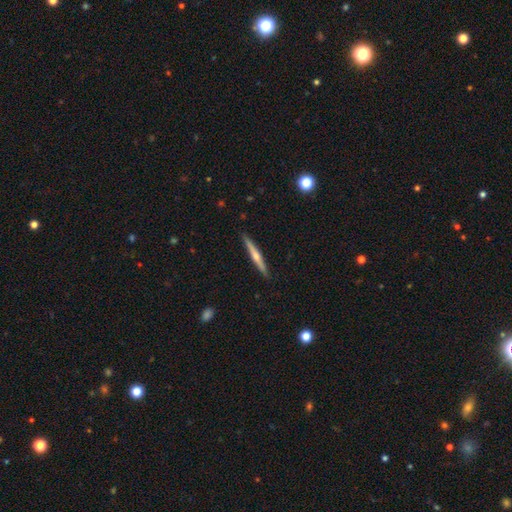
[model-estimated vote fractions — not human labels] A featured or disk galaxy (68%) viewed edge-on (98%) with a rounded central bulge (85%). Merging: none (92%).